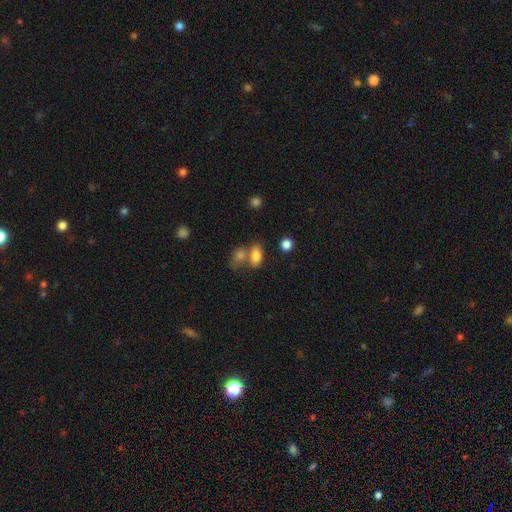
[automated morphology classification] A smooth galaxy with no disk features (80%) that is in between round and cigar-shaped (85%). Merging: none (44%).